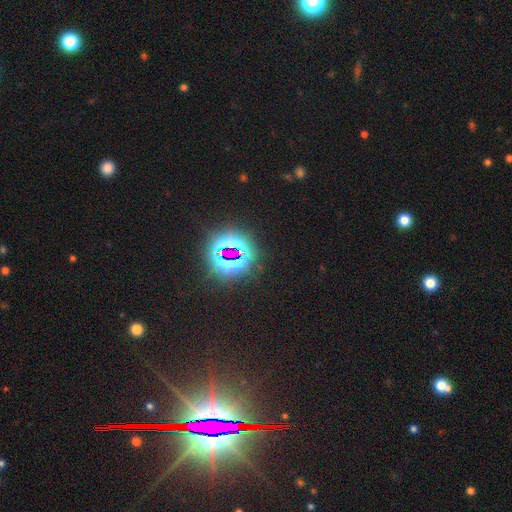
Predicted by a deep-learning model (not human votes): A star or artifact, not a galaxy (84%).